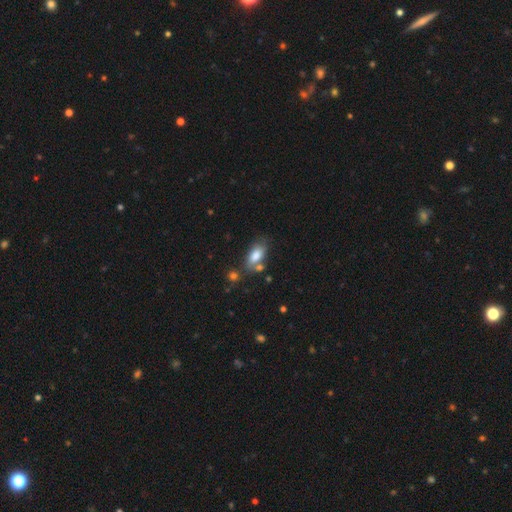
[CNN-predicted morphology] smooth_or_featured: smooth (p=0.81) [alt: featured or disk p=0.11]
how_rounded: in between (p=0.88) [alt: cigar-shaped p=0.08]
merging: none (p=0.58) [alt: minor disturbance p=0.20]